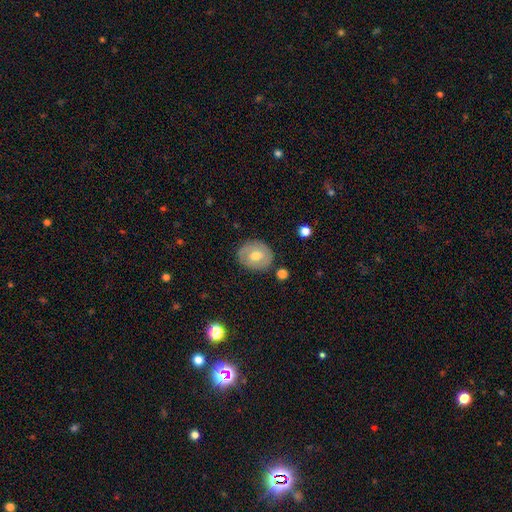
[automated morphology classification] Smooth or featured? Predicted: smooth (p=0.53). How rounded? Predicted: round (p=0.66). Merging? Predicted: none (p=0.82).